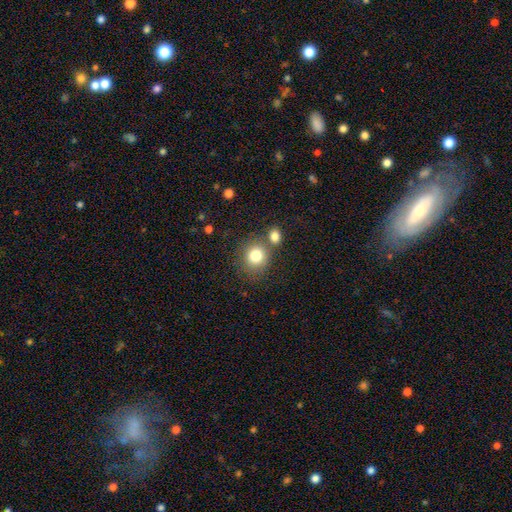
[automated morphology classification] smooth 80%, star or artifact 10%, featured or disk 9%. Down the decision tree: how rounded — round (85%); merging — none (66%).